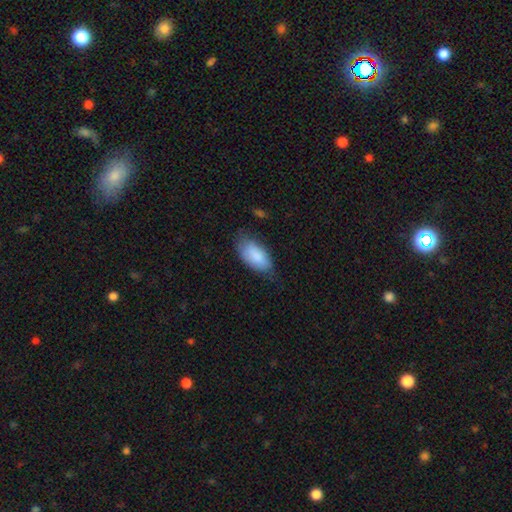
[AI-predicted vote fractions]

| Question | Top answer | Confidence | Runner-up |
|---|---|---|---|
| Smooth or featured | smooth | 86% | featured or disk (9%) |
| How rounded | in between | 94% | cigar-shaped (4%) |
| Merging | none | 61% | minor disturbance (29%) |